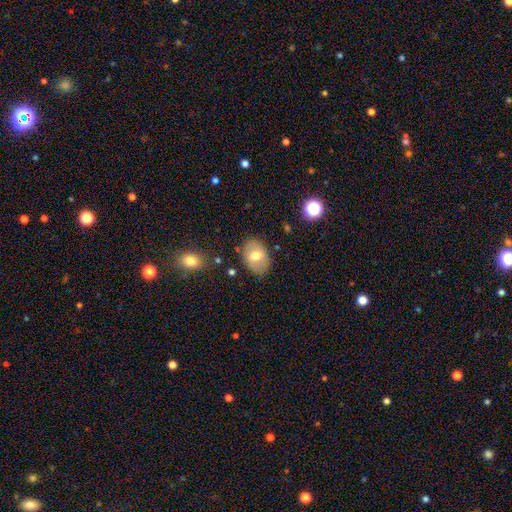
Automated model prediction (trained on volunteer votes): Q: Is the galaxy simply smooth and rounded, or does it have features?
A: smooth — 68%.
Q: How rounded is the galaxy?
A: in between — 79%.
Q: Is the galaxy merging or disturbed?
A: none — 80%.